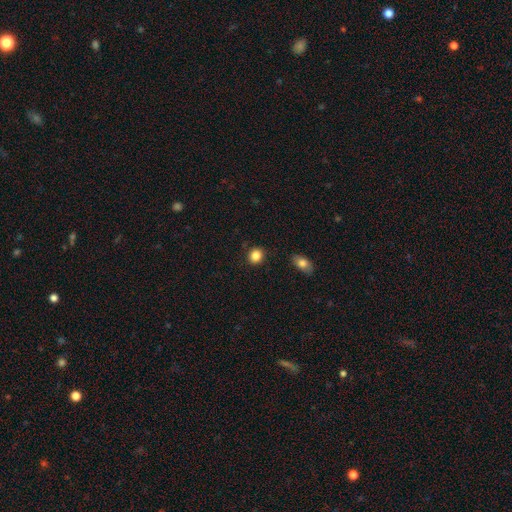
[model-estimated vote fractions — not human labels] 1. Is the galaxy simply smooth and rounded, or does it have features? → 86% smooth, 10% star or artifact, 4% featured or disk.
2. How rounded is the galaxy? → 77% round, 22% in between, 1% cigar-shaped.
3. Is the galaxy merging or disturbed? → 88% none, 8% minor disturbance, 2% merger, 2% major disturbance.